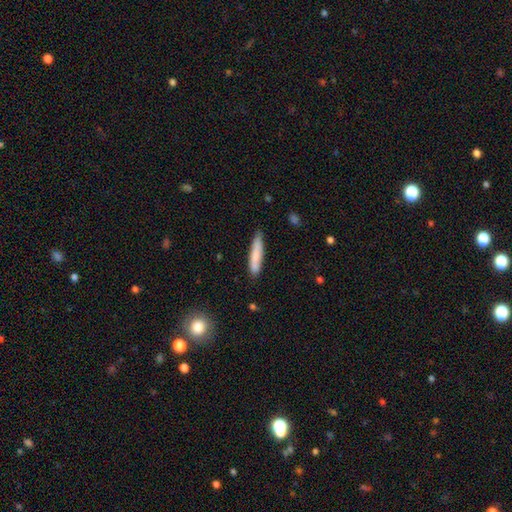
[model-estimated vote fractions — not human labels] smooth_or_featured: smooth (p=0.78) [alt: featured or disk p=0.15]
how_rounded: cigar-shaped (p=0.88) [alt: in between p=0.10]
merging: none (p=0.80) [alt: minor disturbance p=0.16]